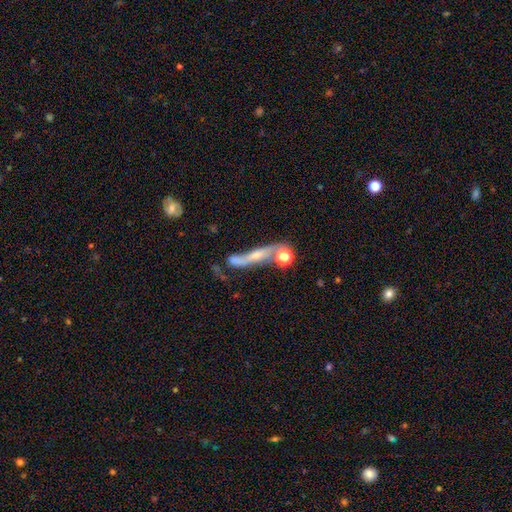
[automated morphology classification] type=featured or disk (58%); edge-on=no (51%); merging=none (38%).